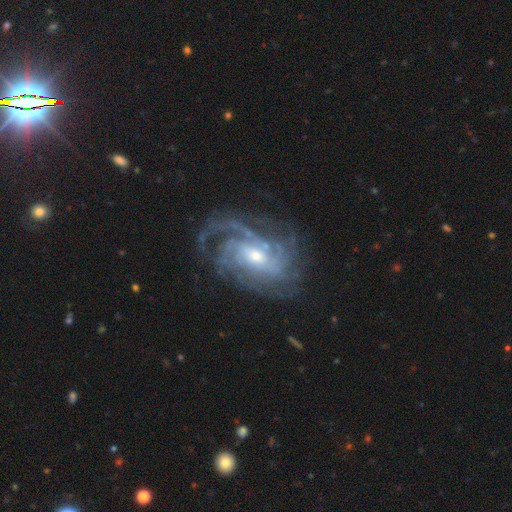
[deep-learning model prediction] Smooth or featured? Predicted: featured or disk (p=0.90). Edge-on disk? Predicted: no (p=0.97). Bar? Predicted: no (p=0.56). Spiral arms? Predicted: yes (p=0.97). Spiral winding? Predicted: tight (p=0.58). Spiral arm count? Predicted: can't tell (p=0.26). Bulge size? Predicted: moderate (p=0.48). Merging? Predicted: none (p=0.71).